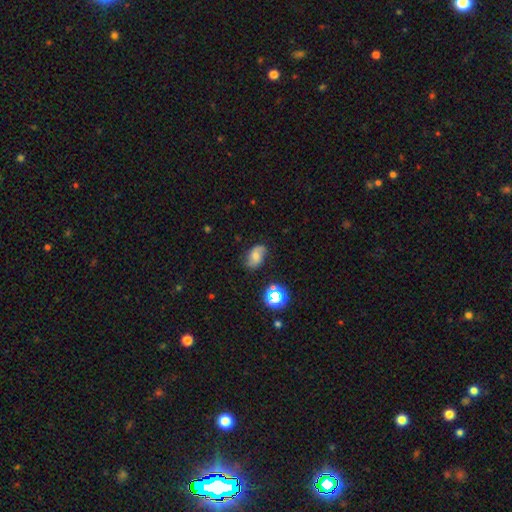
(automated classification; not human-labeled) This appears to be a smooth galaxy with no disk features (43%, tied with featured or disk). Merging: none (72%).